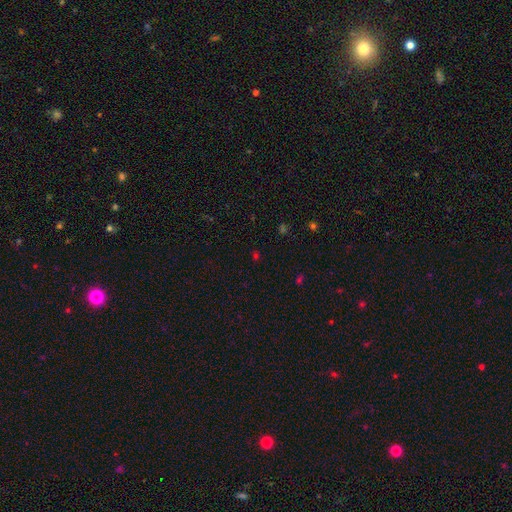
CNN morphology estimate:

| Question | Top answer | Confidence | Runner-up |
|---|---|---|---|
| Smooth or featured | star or artifact | 56% | smooth (38%) |